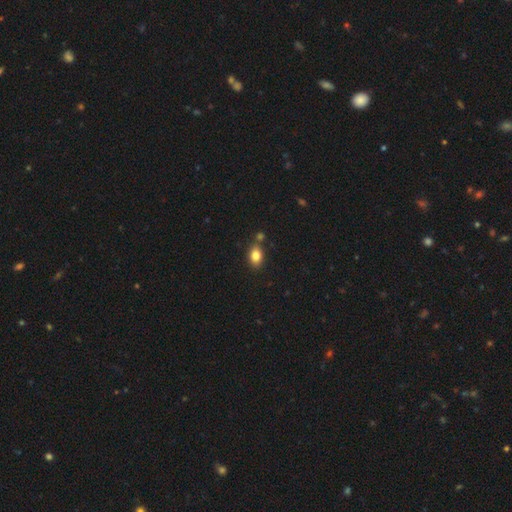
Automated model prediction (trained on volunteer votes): Smooth or featured? smooth (83%)
How rounded? in between (77%)
Merging? none (75%)